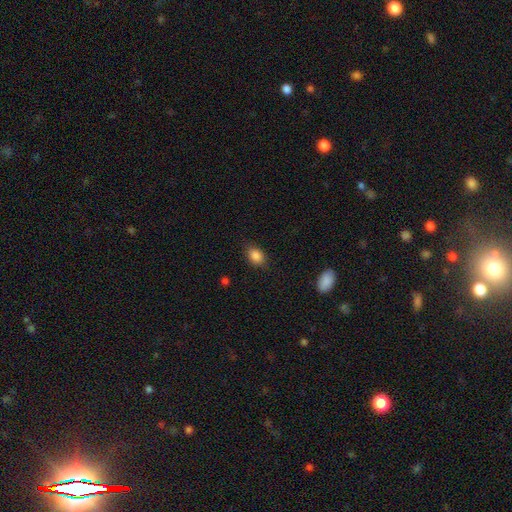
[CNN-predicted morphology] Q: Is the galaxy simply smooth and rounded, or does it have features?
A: smooth — 86%.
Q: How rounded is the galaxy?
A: in between — 73%.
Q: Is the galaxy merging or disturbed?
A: none — 81%.